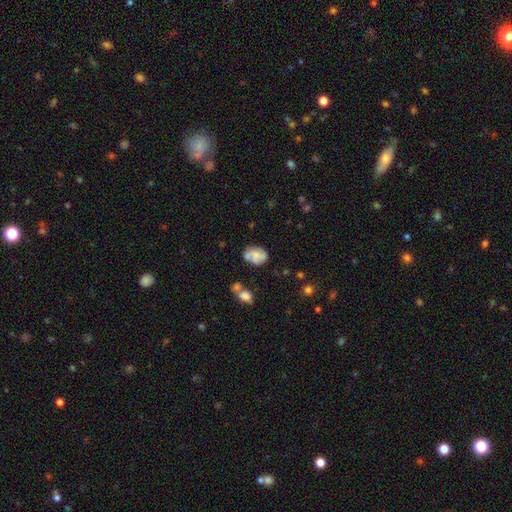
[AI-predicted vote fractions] Smooth or featured: featured or disk — 50% (smooth — 42%)
Merging: none — 52% (minor disturbance — 25%)